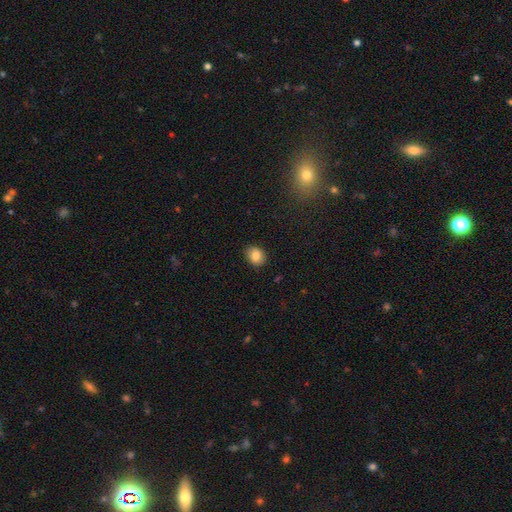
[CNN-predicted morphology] type=smooth (83%); roundness=in between (50%); merging=none (88%).